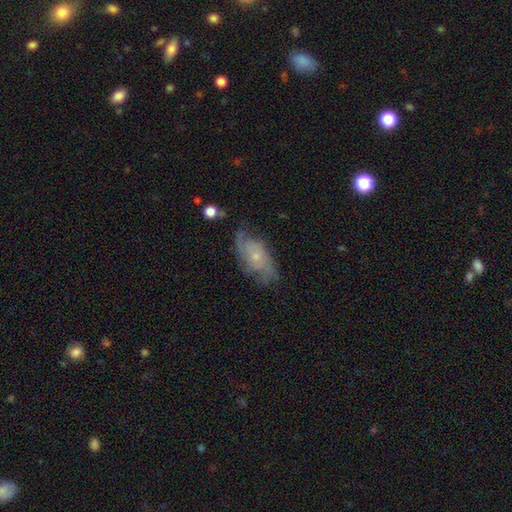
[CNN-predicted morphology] A featured or disk galaxy (75%) with no bar (75%), 2 (47%) medium (42%) spiral arms (90%) and a small central bulge (72%).

Vote fractions:
- Smooth or featured? featured or disk: 75% / smooth: 18% / star or artifact: 7%
- Edge-on disk? no: 94% / yes: 6%
- Bar? no: 75% / weak: 21% / strong: 3%
- Spiral arms? yes: 90% / no: 10%
- Spiral winding? medium: 42% / tight: 37% / loose: 21%
- Spiral arm count? 2: 47% / can't tell: 29% / 3: 11% / 4: 5% / 1: 4% / more than 4: 4%
- Bulge size? small: 72% / moderate: 21% / none: 4% / large: 1% / dominant: 1%
- Merging? none: 62% / minor disturbance: 24% / major disturbance: 12% / merger: 2%